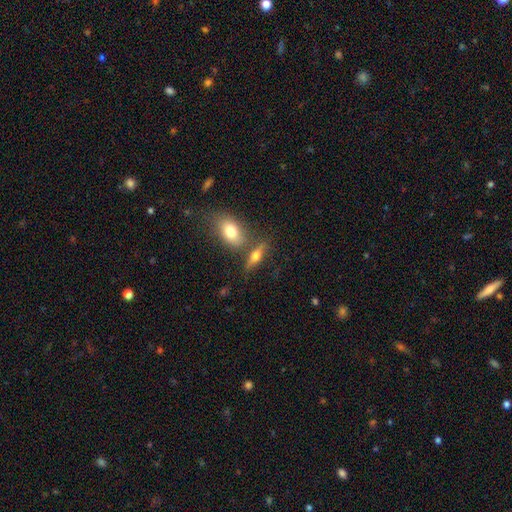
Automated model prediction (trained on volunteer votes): Smooth or featured?
  - smooth: 51% *
  - featured or disk: 39%
  - star or artifact: 10%
How rounded?
  - in between: 55% *
  - cigar-shaped: 35%
  - round: 9%
Merging?
  - none: 64% *
  - merger: 19%
  - minor disturbance: 12%
  - major disturbance: 5%